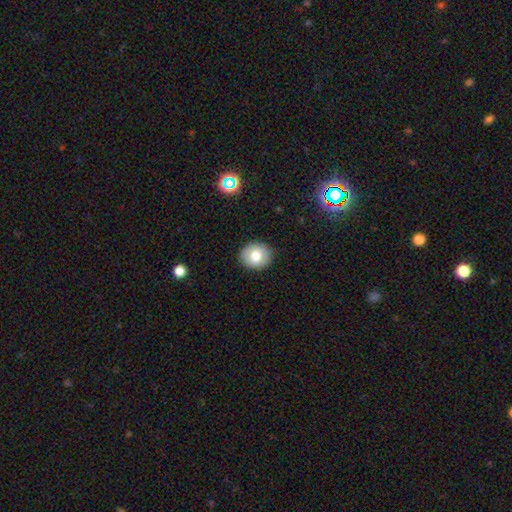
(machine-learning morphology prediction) Q: Smooth or featured?
A: smooth (74%); runner-up: featured or disk (17%)
Q: How rounded?
A: round (75%); runner-up: in between (24%)
Q: Merging?
A: none (89%); runner-up: minor disturbance (8%)